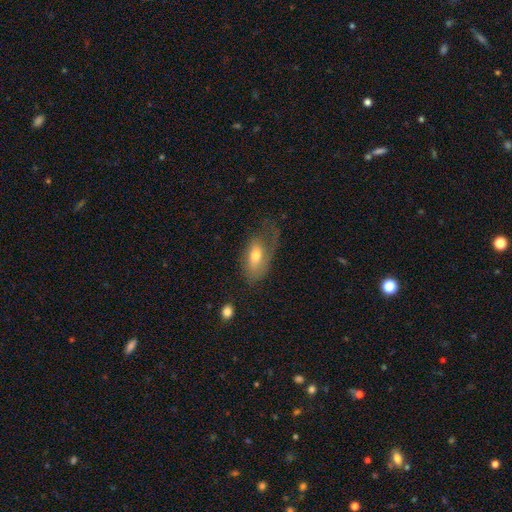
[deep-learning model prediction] Smooth or featured: smooth — 58% (featured or disk — 35%)
How rounded: in between — 88% (cigar-shaped — 6%)
Merging: none — 38% (major disturbance — 33%)